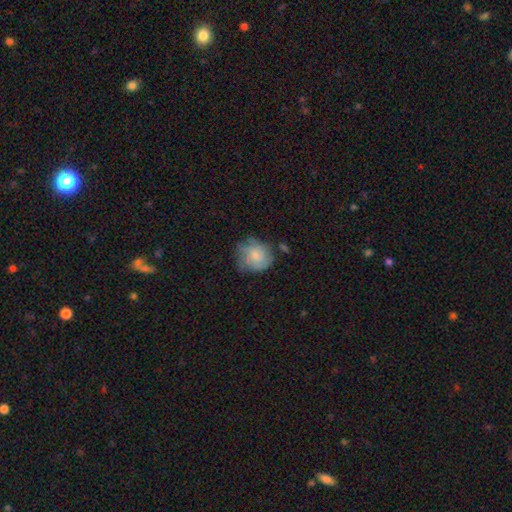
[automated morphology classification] This is possibly a smooth galaxy (47%). Merging: possibly none (54%).